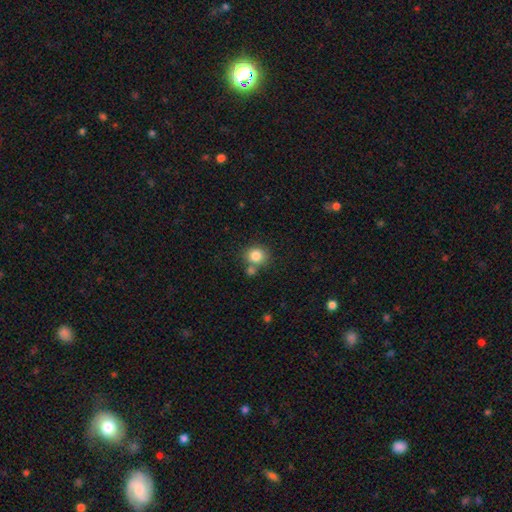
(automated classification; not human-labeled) smooth 83%, star or artifact 10%, featured or disk 7%. Down the decision tree: how rounded — round (83%); merging — none (64%).